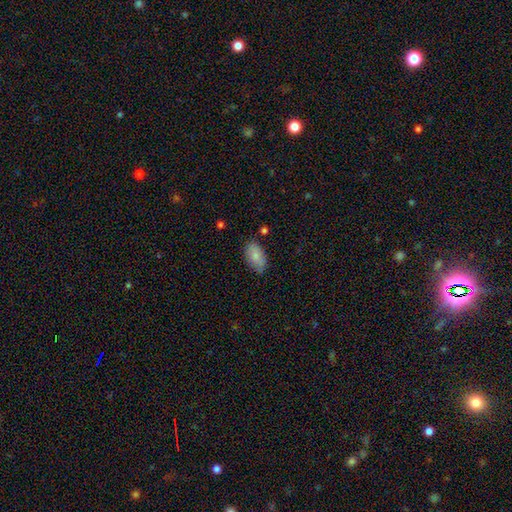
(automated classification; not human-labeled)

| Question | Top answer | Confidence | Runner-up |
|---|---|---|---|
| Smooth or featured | smooth | 81% | featured or disk (12%) |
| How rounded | in between | 93% | round (4%) |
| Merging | none | 74% | minor disturbance (19%) |